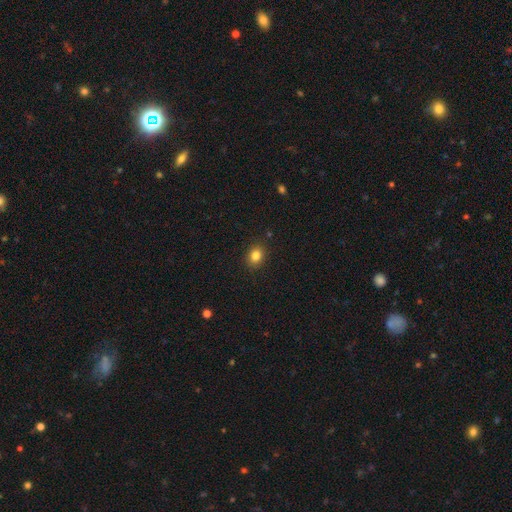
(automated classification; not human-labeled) Smooth or featured: smooth — 83% (star or artifact — 11%)
How rounded: in between — 53% (round — 46%)
Merging: none — 89% (minor disturbance — 8%)